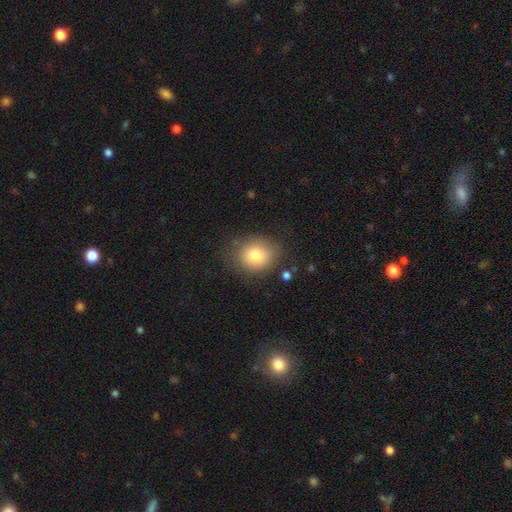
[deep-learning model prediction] Overall: smooth (79%). How rounded: round (65%; in between 34%). Merging: none (79%).